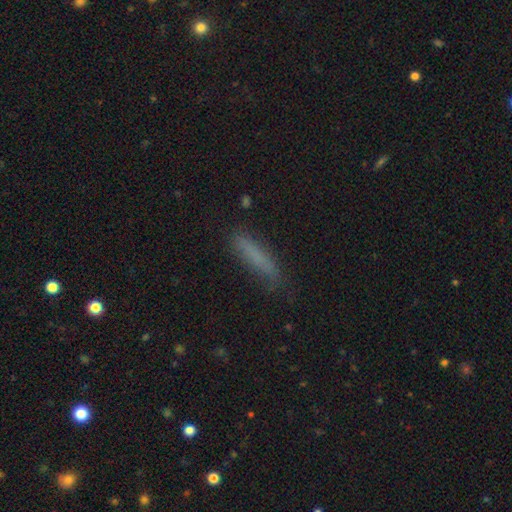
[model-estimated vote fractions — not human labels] Overall: smooth (75%). How rounded: cigar-shaped (87%). Merging: none (79%).